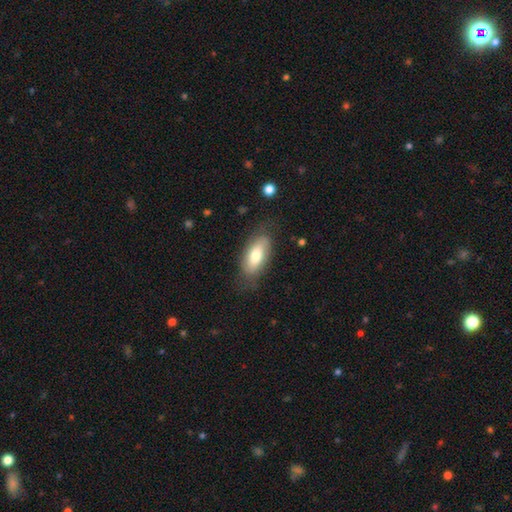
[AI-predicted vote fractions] A smooth galaxy with no disk features (70%) that is in between round and cigar-shaped (88%). Merging: none (73%).